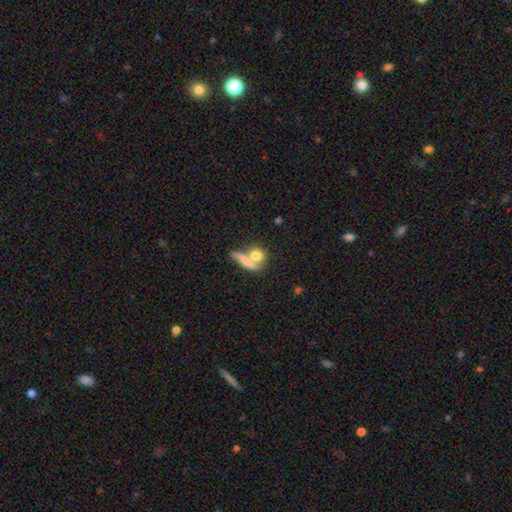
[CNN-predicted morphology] Overall: smooth (72%). How rounded: round (54%; in between 28%). Merging: merger (43%; none 41%).